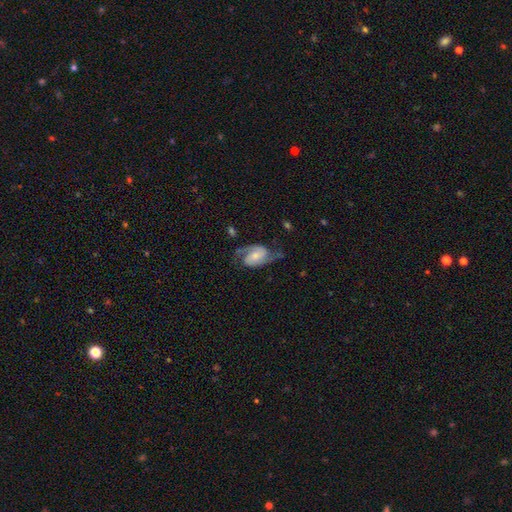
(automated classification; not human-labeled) Smooth or featured: featured or disk — 82% (smooth — 12%)
Edge-on disk: no — 97% (yes — 3%)
Bar: no — 49% (weak — 37%)
Spiral arms: yes — 96% (no — 4%)
Spiral winding: medium — 49% (loose — 31%)
Spiral arm count: 2 — 91% (can't tell — 3%)
Bulge size: small — 44% (moderate — 38%)
Merging: none — 65% (minor disturbance — 20%)